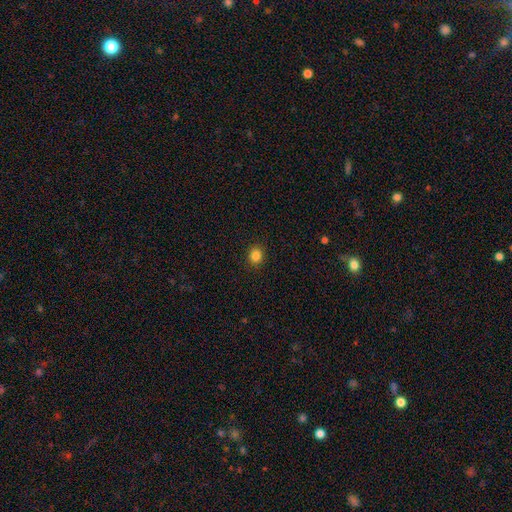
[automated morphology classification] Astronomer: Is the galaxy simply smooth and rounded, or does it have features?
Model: smooth — 84%.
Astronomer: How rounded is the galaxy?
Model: round — 75%.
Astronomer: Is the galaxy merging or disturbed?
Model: none — 91%.